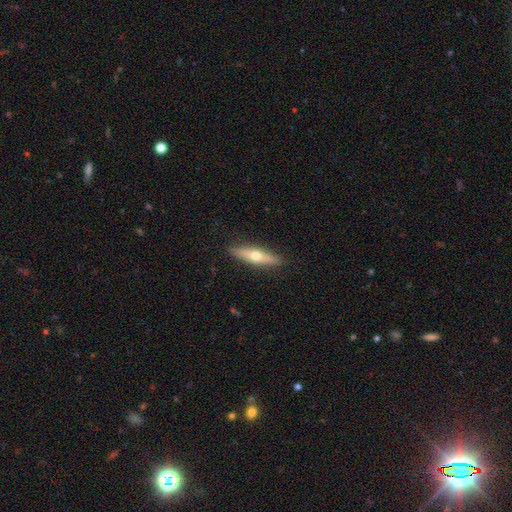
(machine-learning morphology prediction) Smooth or featured? featured or disk (48%)
Merging? none (89%)